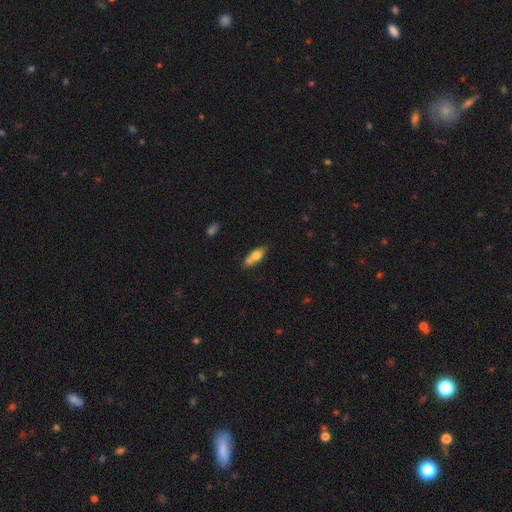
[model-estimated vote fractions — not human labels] smooth 69%, featured or disk 24%, star or artifact 7%. Down the decision tree: how rounded — in between (66%); merging — none (64%).